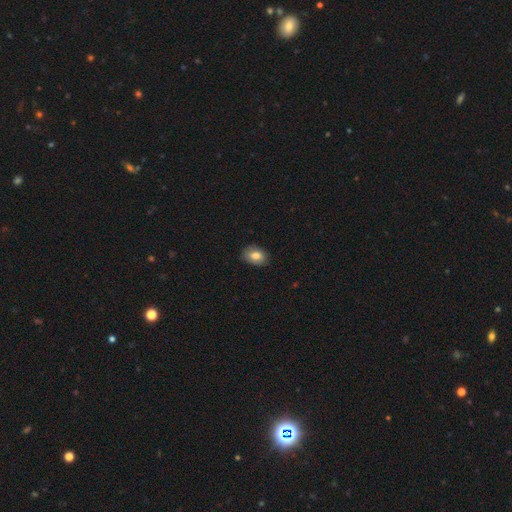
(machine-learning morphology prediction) Q: Smooth or featured?
A: smooth (78%); runner-up: featured or disk (15%)
Q: How rounded?
A: in between (75%); runner-up: round (24%)
Q: Merging?
A: none (82%); runner-up: minor disturbance (15%)